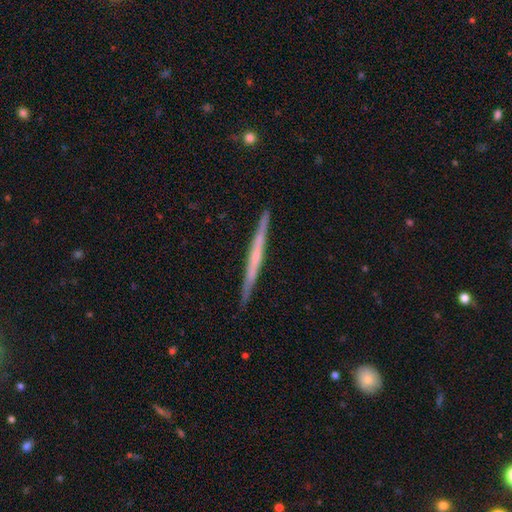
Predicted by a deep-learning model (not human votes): Q: Smooth or featured?
A: featured or disk (63%); runner-up: smooth (31%)
Q: Edge-on disk?
A: yes (98%); runner-up: no (2%)
Q: Edge-on bulge?
A: none (75%); runner-up: rounded (18%)
Q: Merging?
A: none (91%); runner-up: minor disturbance (7%)